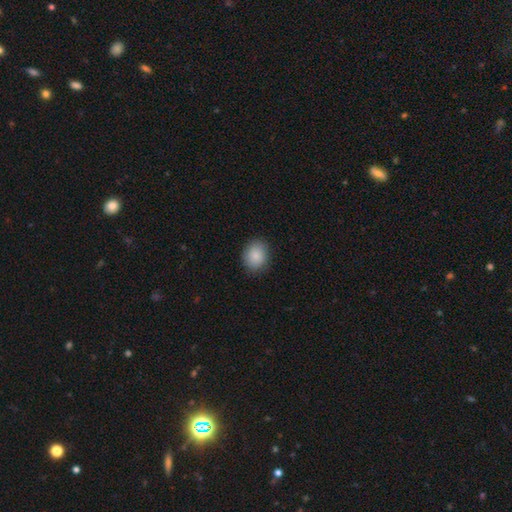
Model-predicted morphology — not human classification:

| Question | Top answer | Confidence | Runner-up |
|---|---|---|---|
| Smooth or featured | smooth | 87% | star or artifact (8%) |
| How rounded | round | 62% | in between (37%) |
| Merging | none | 86% | minor disturbance (11%) |